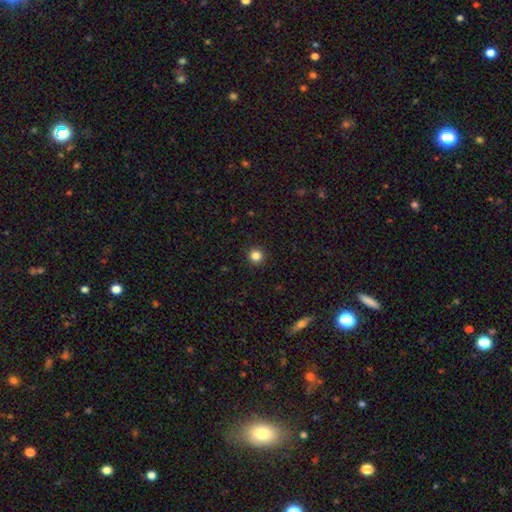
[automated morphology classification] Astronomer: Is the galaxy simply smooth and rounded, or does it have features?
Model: smooth — 84%.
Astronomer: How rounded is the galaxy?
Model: round — 94%.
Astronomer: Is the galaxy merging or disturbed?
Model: none — 93%.